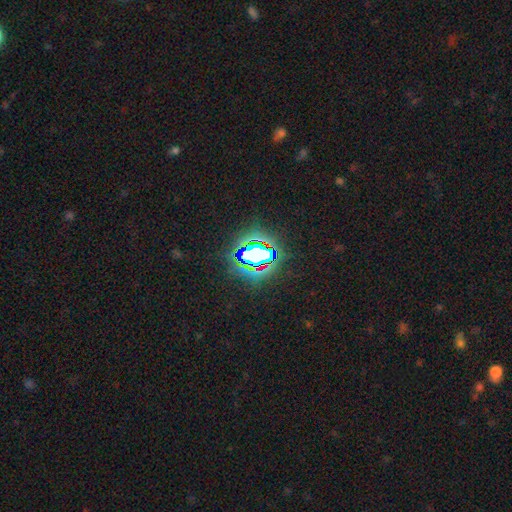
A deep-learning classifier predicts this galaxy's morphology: Smooth or featured? star or artifact (70%)